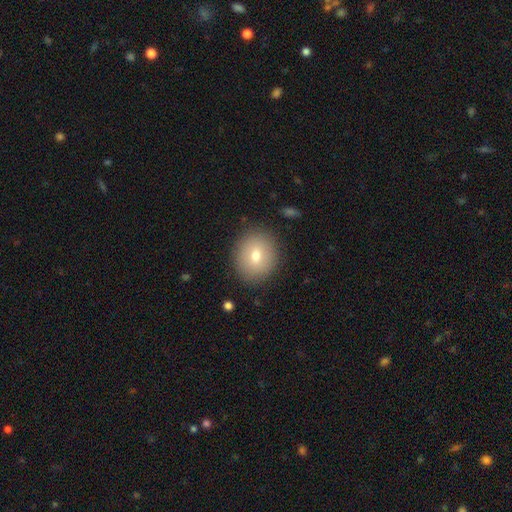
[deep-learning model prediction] smooth-or-featured: smooth: 72% | featured or disk: 18% | star or artifact: 10%
  how-rounded: round: 63% | in between: 36% | cigar-shaped: 1%
  merging: none: 87% | minor disturbance: 9% | major disturbance: 3% | merger: 1%